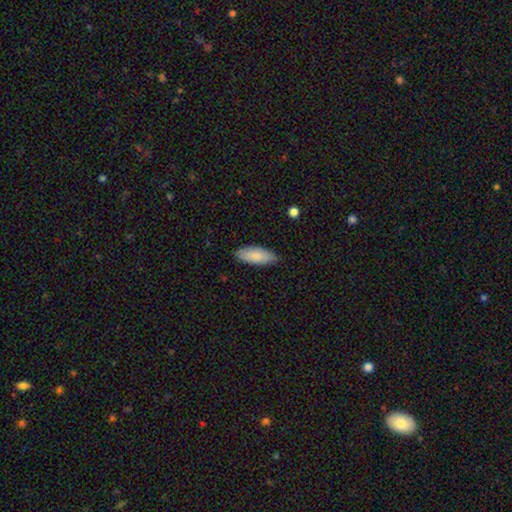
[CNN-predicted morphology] type=smooth (85%); roundness=in between (79%); merging=none (83%).